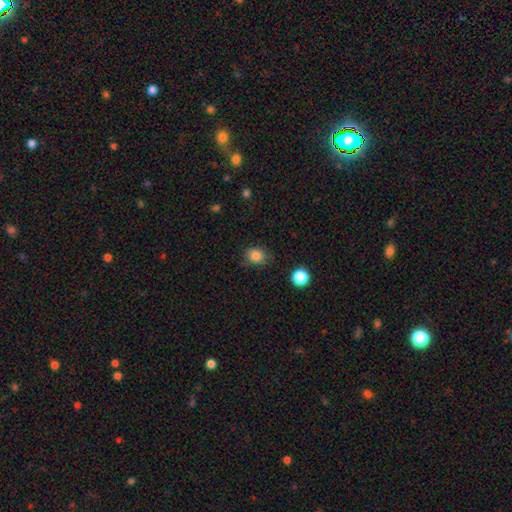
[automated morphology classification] The model was most divided on "how rounded": round: 63%, in between: 36%, cigar-shaped: 1%. More confident: smooth or featured — smooth (84%); merging — none (77%).